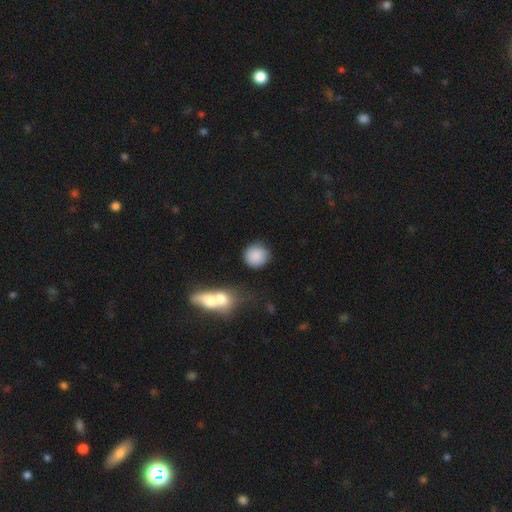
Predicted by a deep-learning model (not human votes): smooth 86%, star or artifact 8%, featured or disk 7%. Down the decision tree: how rounded — round (88%); merging — none (73%).